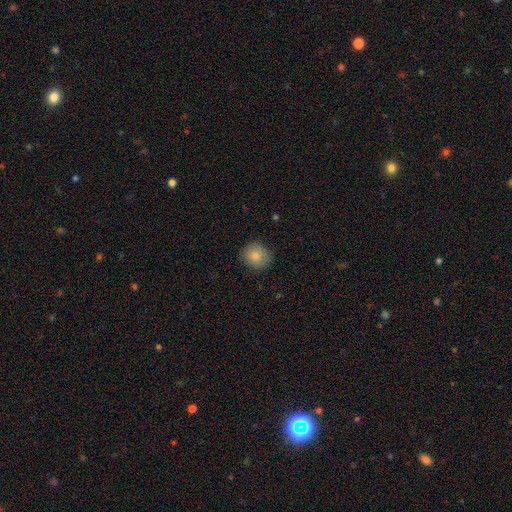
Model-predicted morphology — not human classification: Smooth or featured? smooth (85%)
How rounded? round (89%)
Merging? none (85%)